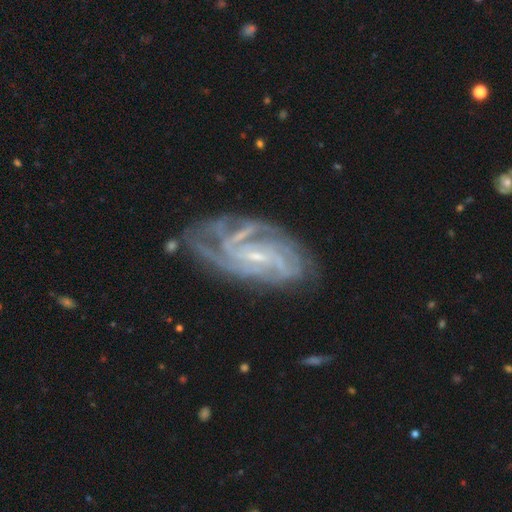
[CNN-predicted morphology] This appears to be a featured or disk galaxy (89%) with a weak bar (44%), 4 (23%, tied with 3) tight (60%) spiral arms (97%) and a small central bulge (80%). Merging: none (68%).